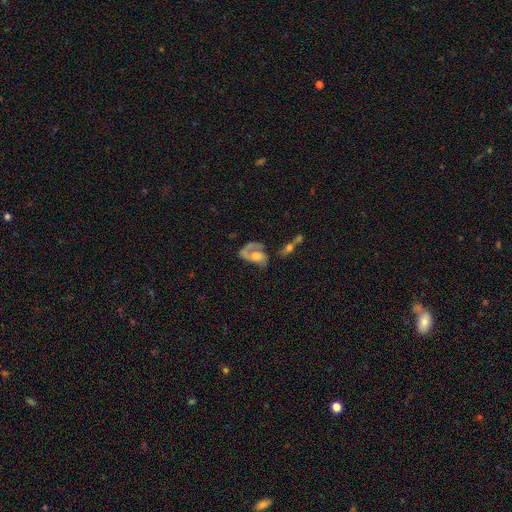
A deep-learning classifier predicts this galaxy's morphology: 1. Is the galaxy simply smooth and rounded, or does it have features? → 66% featured or disk, 26% smooth, 7% star or artifact.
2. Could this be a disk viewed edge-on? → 96% no, 4% yes.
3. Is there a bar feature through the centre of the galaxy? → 72% no, 22% weak, 6% strong.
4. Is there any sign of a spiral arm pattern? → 74% yes, 26% no.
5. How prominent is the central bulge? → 48% moderate, 21% large, 18% small, 10% none, 3% dominant.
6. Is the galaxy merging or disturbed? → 43% major disturbance, 27% none, 16% minor disturbance, 14% merger.